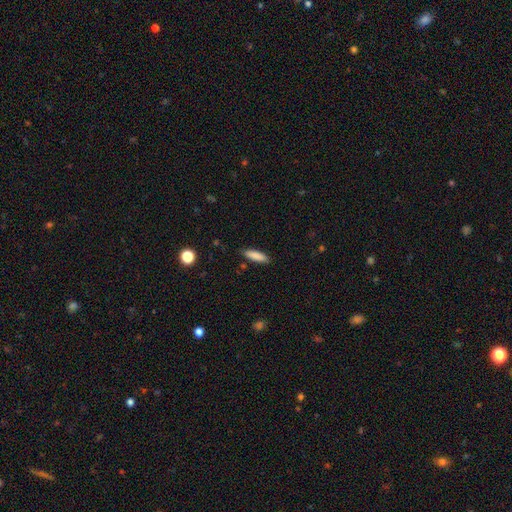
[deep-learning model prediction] A smooth galaxy with no disk features (86%) that is cigar-shaped (65%). Merging: none (87%).